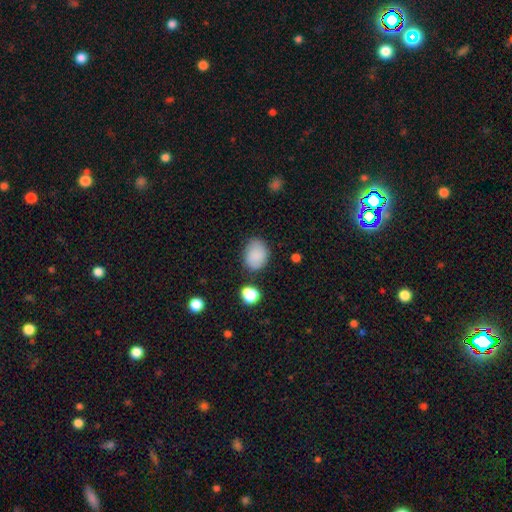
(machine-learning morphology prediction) Smooth or featured: smooth — 86% (star or artifact — 8%)
How rounded: in between — 69% (round — 30%)
Merging: none — 74% (minor disturbance — 17%)